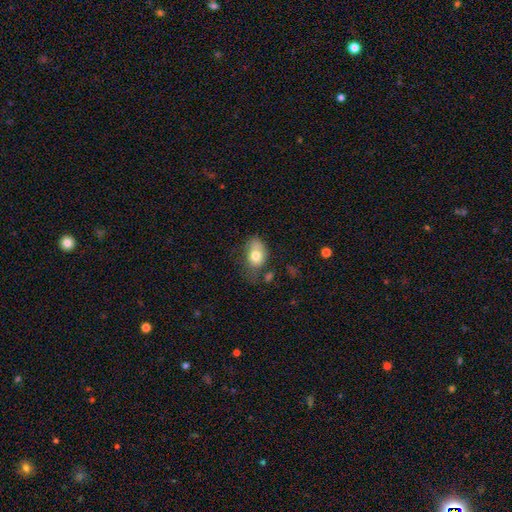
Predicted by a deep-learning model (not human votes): smooth 76%, featured or disk 16%, star or artifact 8%. Down the decision tree: how rounded — in between (82%); merging — none (41%).